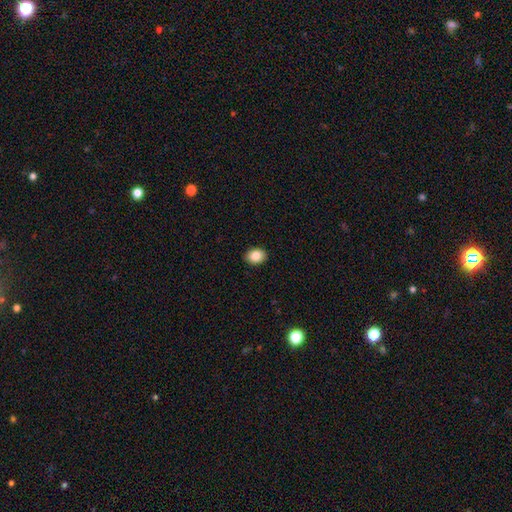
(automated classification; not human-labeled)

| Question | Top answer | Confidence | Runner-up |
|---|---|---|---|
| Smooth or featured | smooth | 87% | star or artifact (8%) |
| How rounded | in between | 63% | round (36%) |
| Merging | none | 90% | minor disturbance (7%) |